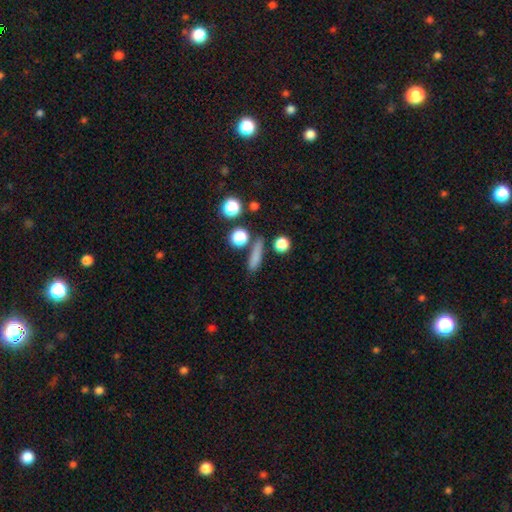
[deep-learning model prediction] Overall: smooth (76%). How rounded: cigar-shaped (62%). Merging: none (73%).